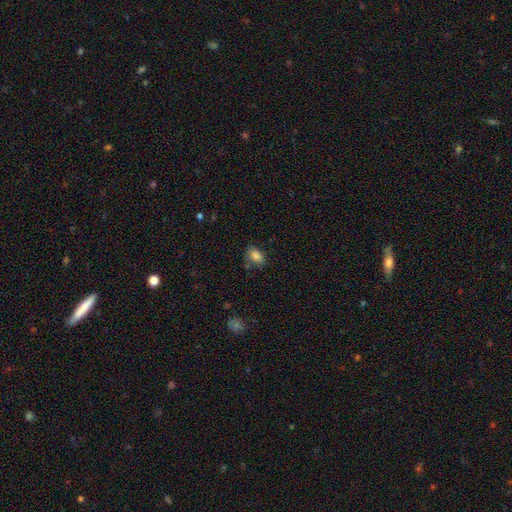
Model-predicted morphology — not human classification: Overall: smooth (85%). How rounded: in between (86%). Merging: none (69%).